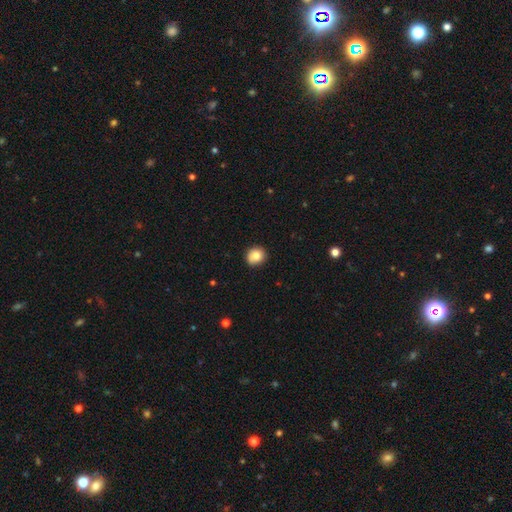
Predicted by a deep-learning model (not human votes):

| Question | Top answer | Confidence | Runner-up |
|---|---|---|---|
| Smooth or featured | smooth | 82% | star or artifact (9%) |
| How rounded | round | 85% | in between (14%) |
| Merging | none | 87% | minor disturbance (10%) |